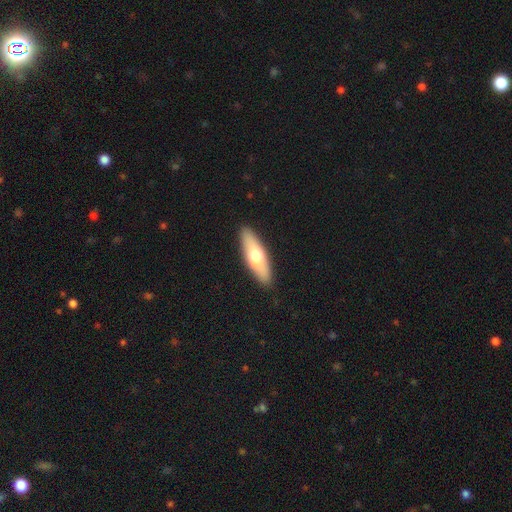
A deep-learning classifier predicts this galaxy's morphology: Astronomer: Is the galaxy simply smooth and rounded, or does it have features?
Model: smooth — 58% (runner-up: featured or disk, 36%).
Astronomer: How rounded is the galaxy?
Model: in between — 50% (runner-up: cigar-shaped, 48%).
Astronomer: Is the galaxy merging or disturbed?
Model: none — 83%.